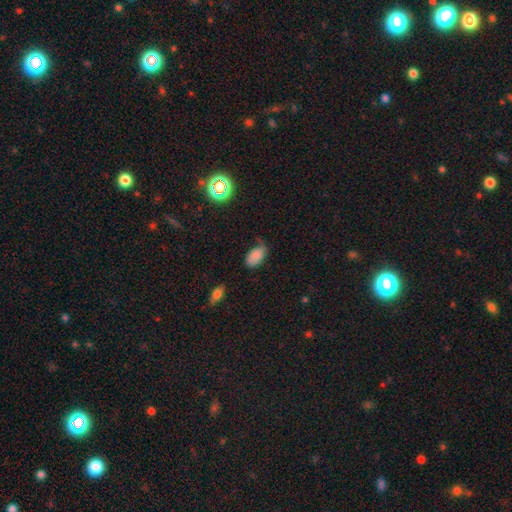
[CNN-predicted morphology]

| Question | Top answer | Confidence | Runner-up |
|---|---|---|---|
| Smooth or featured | smooth | 79% | featured or disk (12%) |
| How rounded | in between | 93% | round (5%) |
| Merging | none | 44% | minor disturbance (37%) |